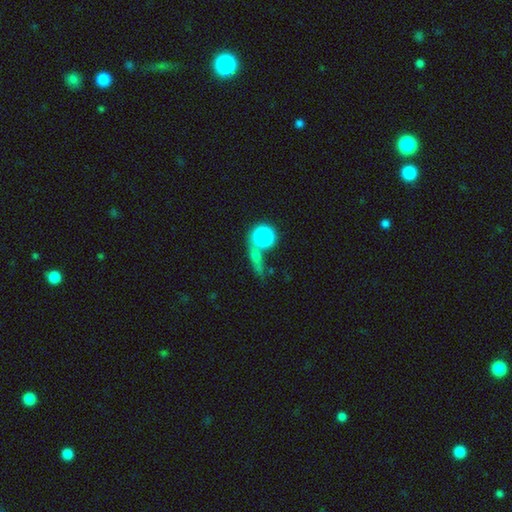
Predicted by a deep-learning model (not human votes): This is possibly a smooth galaxy (45%). Merging: possibly none (53%).